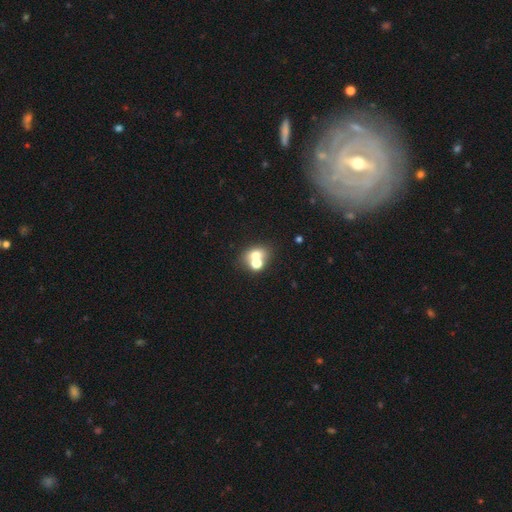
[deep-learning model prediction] This is likely a smooth galaxy (65%). How rounded: possibly round (58%). Merging: possibly merger (49%).